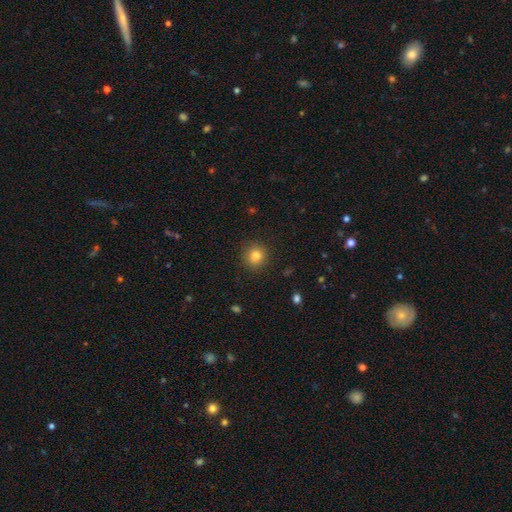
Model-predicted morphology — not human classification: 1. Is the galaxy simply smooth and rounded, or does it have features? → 83% smooth, 11% star or artifact, 6% featured or disk.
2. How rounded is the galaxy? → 91% round, 8% in between, 1% cigar-shaped.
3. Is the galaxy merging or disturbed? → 89% none, 7% minor disturbance, 2% major disturbance, 1% merger.